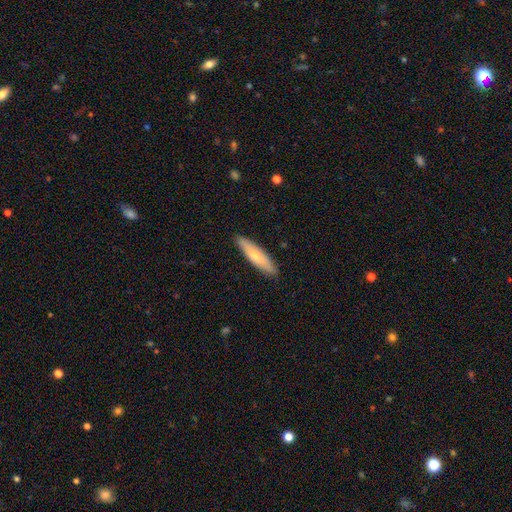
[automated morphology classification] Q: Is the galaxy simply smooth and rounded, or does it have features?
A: smooth — 66%.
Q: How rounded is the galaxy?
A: cigar-shaped — 73%.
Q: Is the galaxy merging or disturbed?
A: none — 88%.